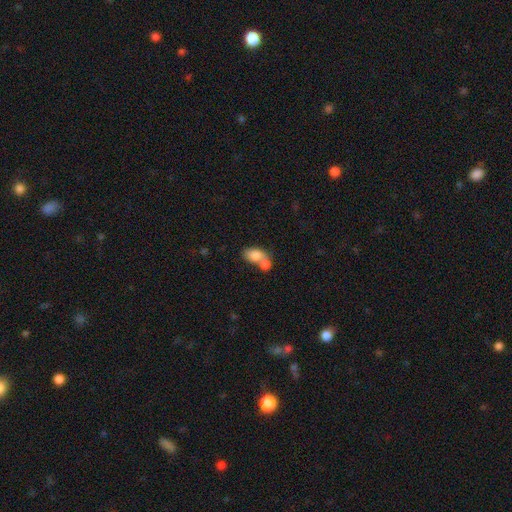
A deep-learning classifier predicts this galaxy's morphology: A smooth galaxy with no disk features (81%) that is in between round and cigar-shaped (85%). Merging: merger (60%).